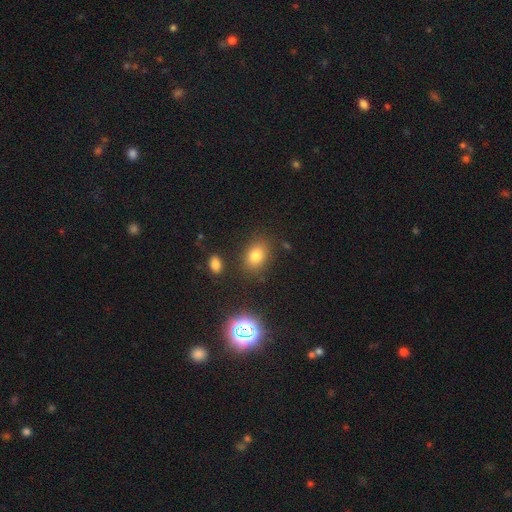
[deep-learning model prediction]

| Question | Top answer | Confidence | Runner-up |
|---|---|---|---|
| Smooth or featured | smooth | 76% | star or artifact (15%) |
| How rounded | in between | 67% | round (31%) |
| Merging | none | 82% | minor disturbance (11%) |